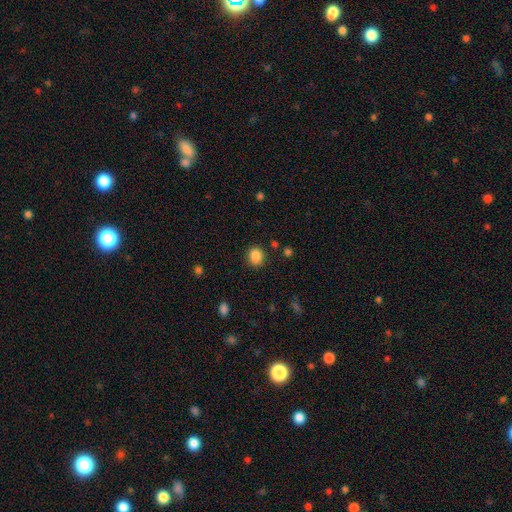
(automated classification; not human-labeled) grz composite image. It shows a smooth galaxy with no disk features (86%) that is round (69%). Merging: none (84%).